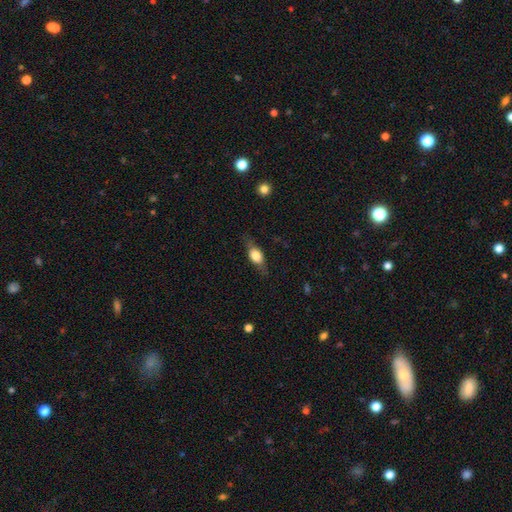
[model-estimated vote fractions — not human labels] smooth 59%, featured or disk 34%, star or artifact 7%. Down the decision tree: how rounded — in between (70%); merging — none (74%).